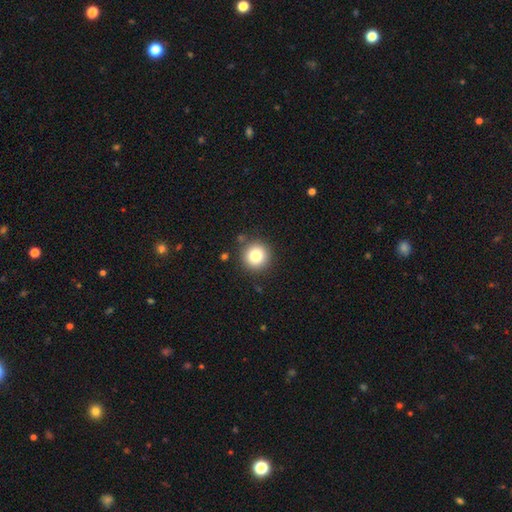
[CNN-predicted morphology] A smooth galaxy with no disk features (81%) that is round (95%).

Vote fractions:
- Smooth or featured? smooth: 81% / star or artifact: 11% / featured or disk: 9%
- How rounded? round: 95% / in between: 4% / cigar-shaped: 1%
- Merging? none: 87% / minor disturbance: 8% / merger: 2% / major disturbance: 2%